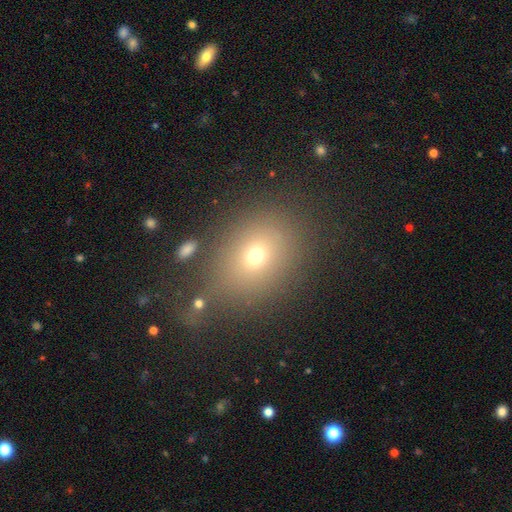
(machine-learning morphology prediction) smooth_or_featured: smooth (p=0.68) [alt: star or artifact p=0.19]
how_rounded: in between (p=0.50) [alt: round p=0.48]
merging: none (p=0.70) [alt: minor disturbance p=0.13]